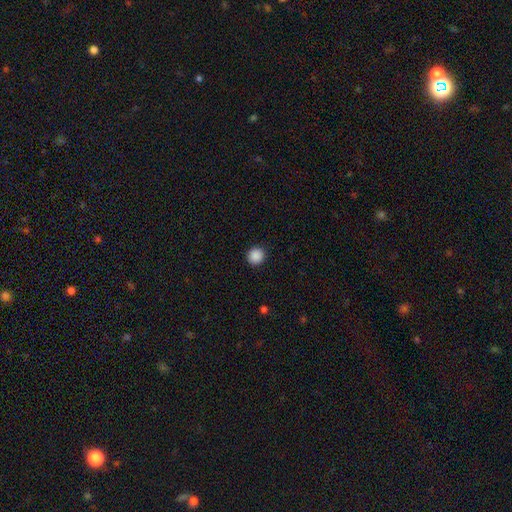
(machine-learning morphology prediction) Overall: smooth (88%). How rounded: round (93%). Merging: none (92%).